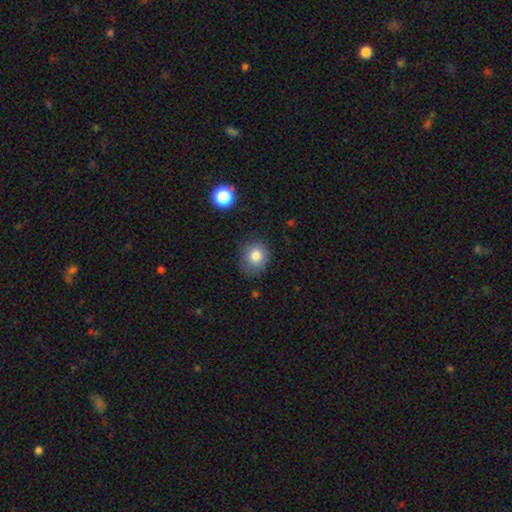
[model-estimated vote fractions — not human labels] Overall: smooth (82%). How rounded: round (78%). Merging: none (75%).